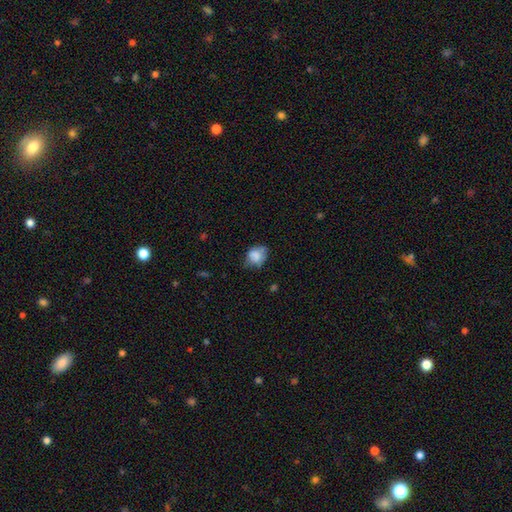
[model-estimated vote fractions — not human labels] A smooth galaxy with no disk features (76%) that is round (52%). Merging: none (51%).